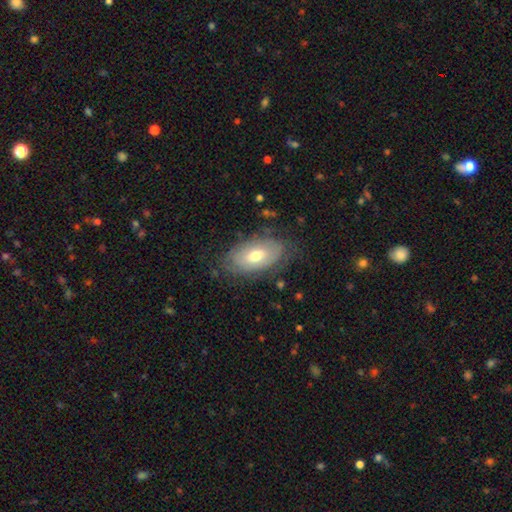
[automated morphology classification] This is possibly a smooth galaxy (50%). Merging: likely none (73%).